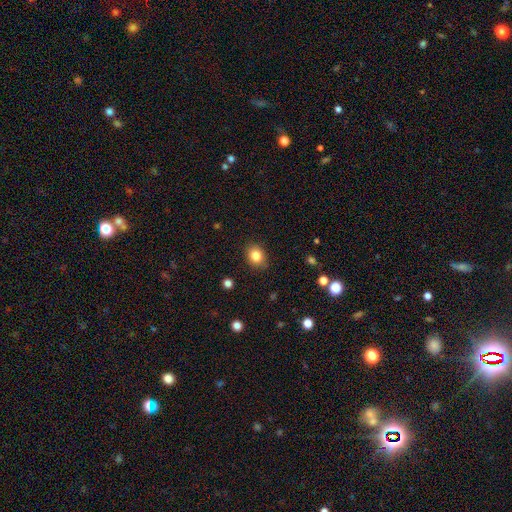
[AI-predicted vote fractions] smooth 84%, star or artifact 10%, featured or disk 6%. Down the decision tree: how rounded — round (54%); merging — none (86%).